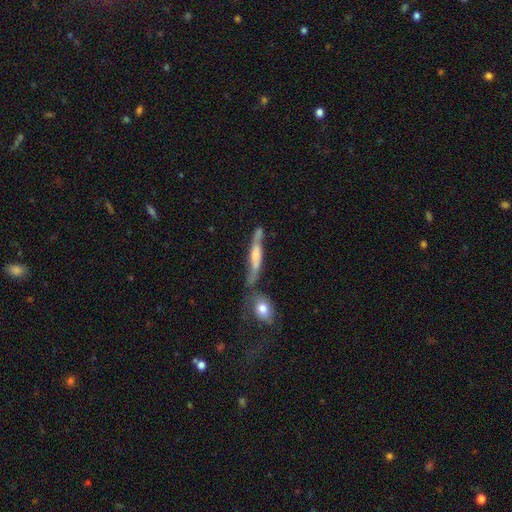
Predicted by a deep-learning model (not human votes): The model was most divided on "smooth or featured": featured or disk: 58%, smooth: 36%, star or artifact: 7%. Remaining: edge-on disk — yes (66%); merging — none (49%).